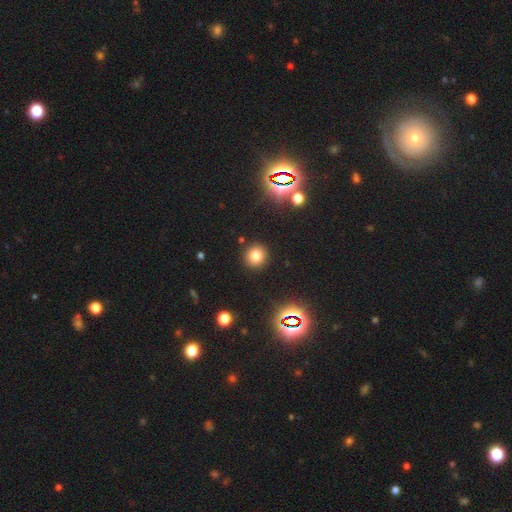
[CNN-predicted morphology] type=smooth (74%); roundness=round (91%); merging=none (90%).